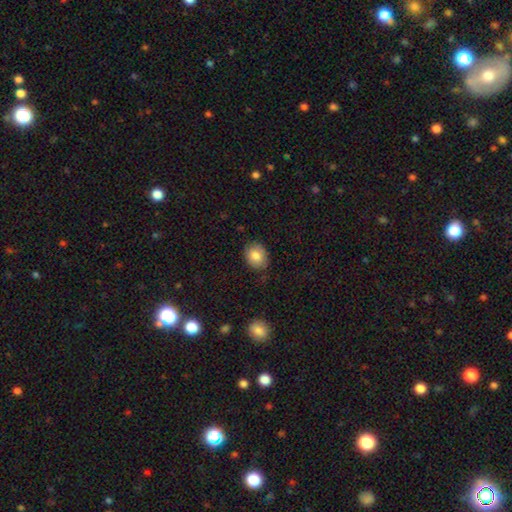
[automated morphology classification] Smooth or featured?
  - smooth: 83% *
  - featured or disk: 9%
  - star or artifact: 8%
How rounded?
  - in between: 50% *
  - round: 49%
  - cigar-shaped: 1%
Merging?
  - none: 80% *
  - minor disturbance: 16%
  - major disturbance: 3%
  - merger: 1%